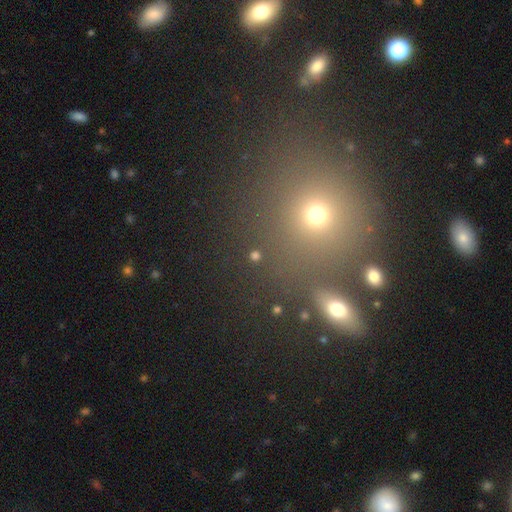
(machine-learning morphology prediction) The model was most divided on "smooth or featured": smooth: 55%, star or artifact: 35%, featured or disk: 10%. More confident: merging — none (80%); how rounded — round (80%).